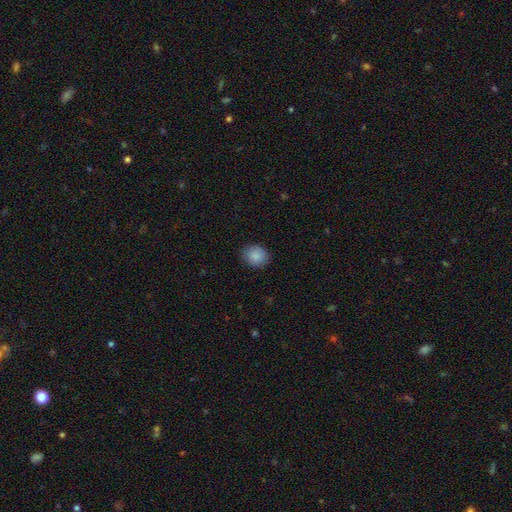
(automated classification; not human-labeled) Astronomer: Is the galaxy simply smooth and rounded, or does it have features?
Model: smooth — 88%.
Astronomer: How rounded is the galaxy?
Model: round — 65%.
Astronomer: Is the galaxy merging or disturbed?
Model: none — 88%.